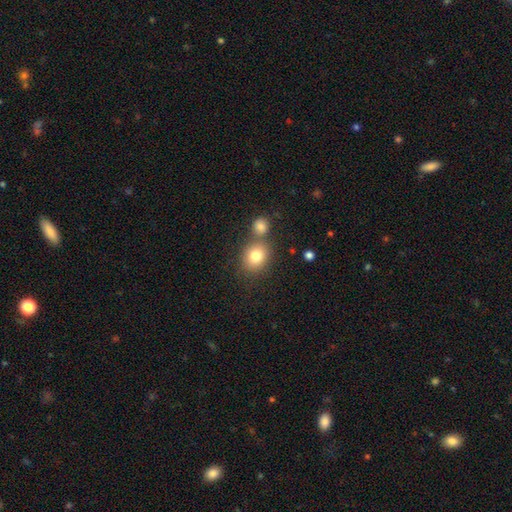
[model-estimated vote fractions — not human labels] Smooth or featured?
  - smooth: 80% *
  - star or artifact: 11%
  - featured or disk: 9%
How rounded?
  - round: 63% *
  - in between: 36%
  - cigar-shaped: 1%
Merging?
  - none: 60% *
  - merger: 26%
  - minor disturbance: 10%
  - major disturbance: 3%